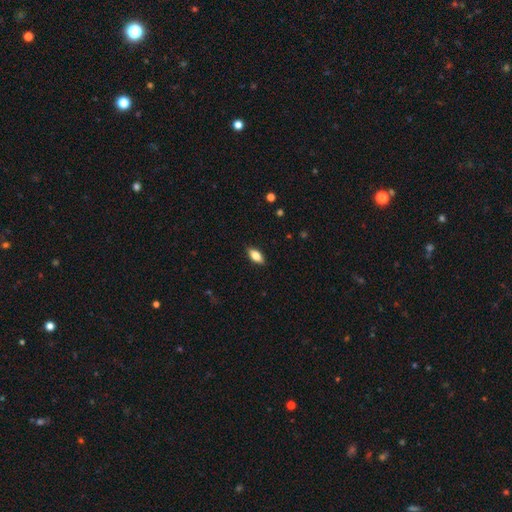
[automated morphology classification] Smooth or featured? Predicted: smooth (p=0.77). How rounded? Predicted: in between (p=0.86). Merging? Predicted: none (p=0.88).